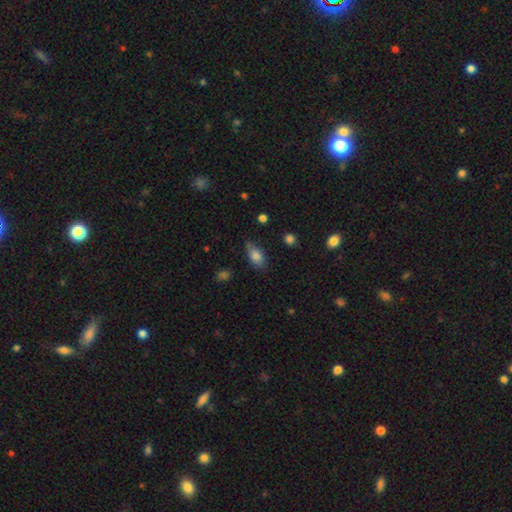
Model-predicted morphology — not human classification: This is clearly a smooth galaxy (83%). How rounded: clearly in between (86%). Merging: likely none (65%).